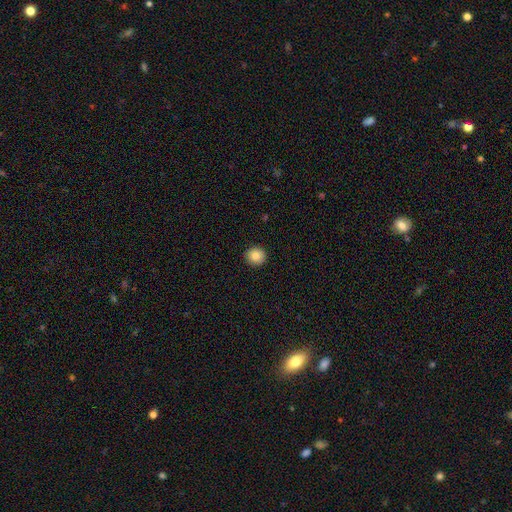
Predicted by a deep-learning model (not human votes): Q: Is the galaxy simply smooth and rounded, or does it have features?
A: smooth — 85%.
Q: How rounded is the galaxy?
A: round — 93%.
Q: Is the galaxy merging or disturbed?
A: none — 92%.